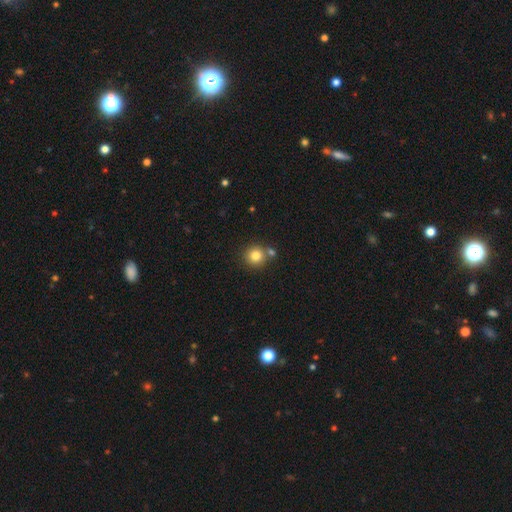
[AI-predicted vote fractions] smooth-or-featured: smooth: 81% | star or artifact: 11% | featured or disk: 7%
  how-rounded: round: 92% | in between: 7% | cigar-shaped: 1%
  merging: none: 70% | merger: 19% | minor disturbance: 9% | major disturbance: 3%